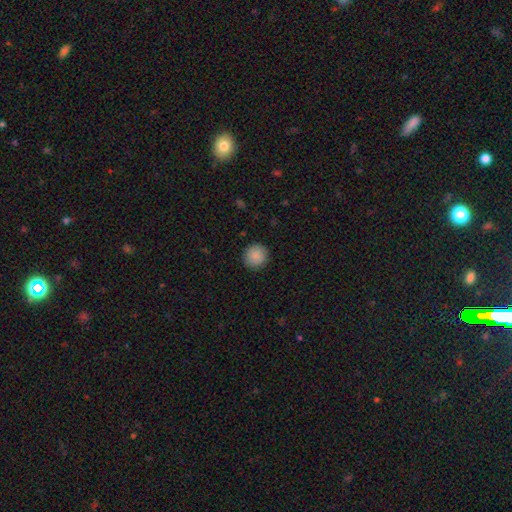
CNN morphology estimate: Q: Smooth or featured?
A: smooth (88%); runner-up: star or artifact (7%)
Q: How rounded?
A: round (94%); runner-up: in between (5%)
Q: Merging?
A: none (91%); runner-up: minor disturbance (6%)